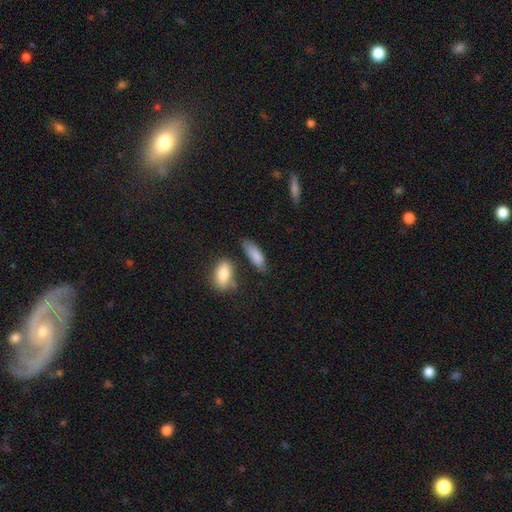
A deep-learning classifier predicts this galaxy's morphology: Smooth or featured?
  - smooth: 85% *
  - featured or disk: 8%
  - star or artifact: 7%
How rounded?
  - in between: 65% *
  - cigar-shaped: 32%
  - round: 3%
Merging?
  - none: 62% *
  - minor disturbance: 23%
  - merger: 8%
  - major disturbance: 6%